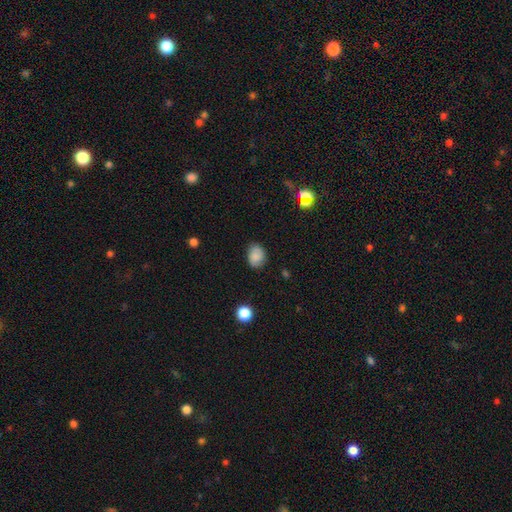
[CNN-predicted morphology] The model was most divided on "how rounded": in between: 65%, round: 34%, cigar-shaped: 1%. More confident: smooth or featured — smooth (82%); merging — none (78%).